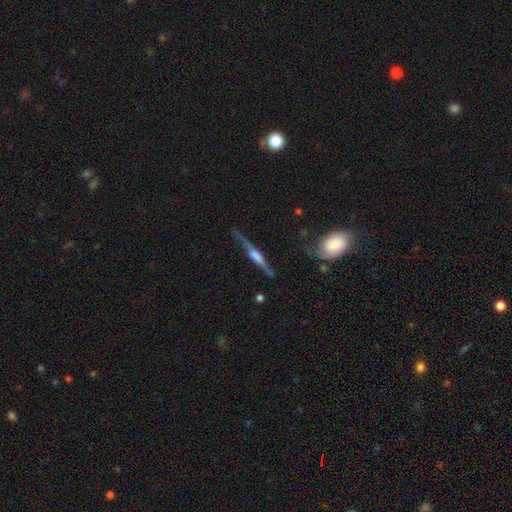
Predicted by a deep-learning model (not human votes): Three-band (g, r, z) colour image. It shows a featured or disk galaxy (77%) viewed edge-on (93%) with a rounded central bulge (54%). Merging: none (71%).